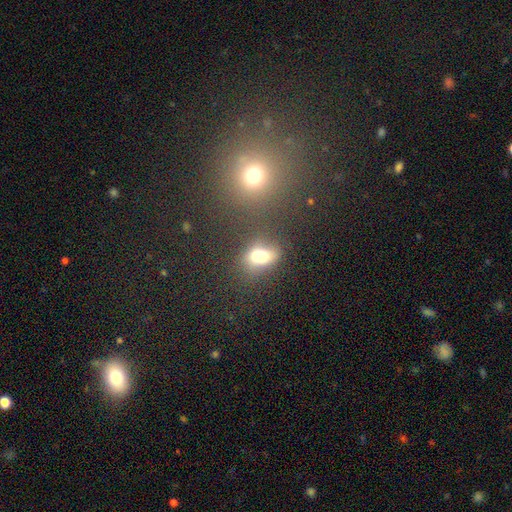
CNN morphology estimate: smooth 67%, featured or disk 19%, star or artifact 13%. Down the decision tree: how rounded — in between (69%); merging — merger (43%).